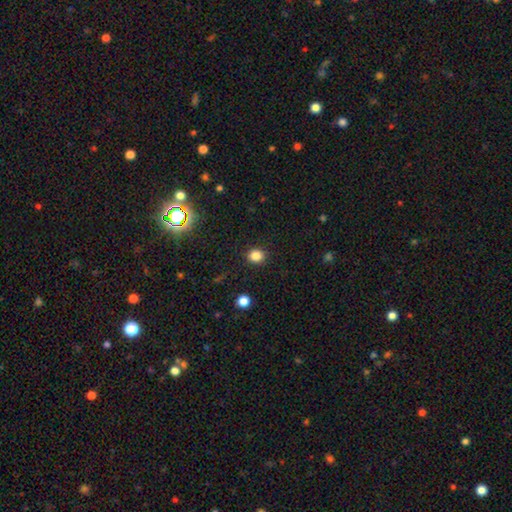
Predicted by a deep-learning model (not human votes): The model was most divided on "how rounded": round: 75%, in between: 24%, cigar-shaped: 1%. More confident: merging — none (91%); smooth or featured — smooth (83%).